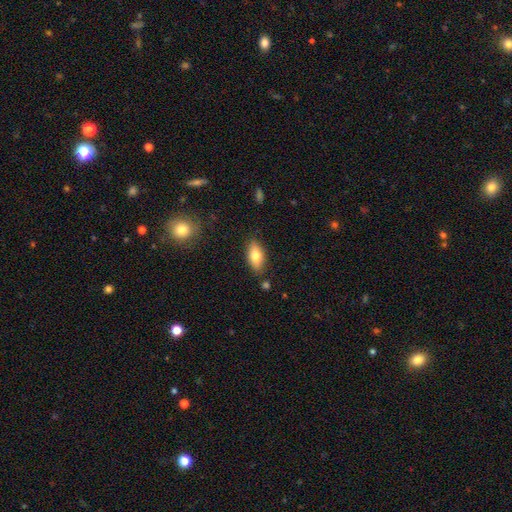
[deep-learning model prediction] smooth-or-featured: smooth: 75% | featured or disk: 18% | star or artifact: 7%
  how-rounded: in between: 83% | cigar-shaped: 13% | round: 3%
  merging: none: 84% | minor disturbance: 11% | major disturbance: 2% | merger: 2%